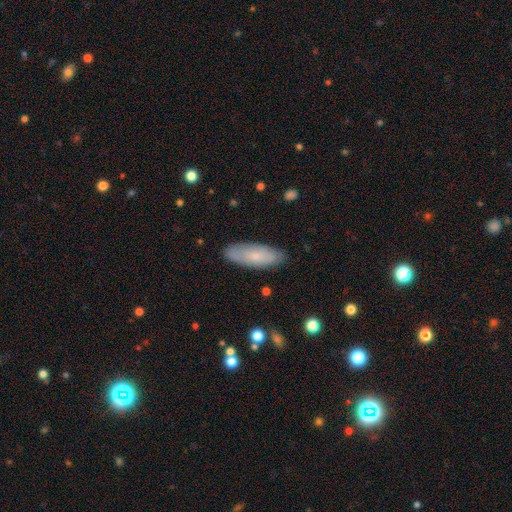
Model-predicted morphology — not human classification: Smooth or featured? Predicted: smooth (p=0.68). How rounded? Predicted: in between (p=0.63). Merging? Predicted: none (p=0.85).